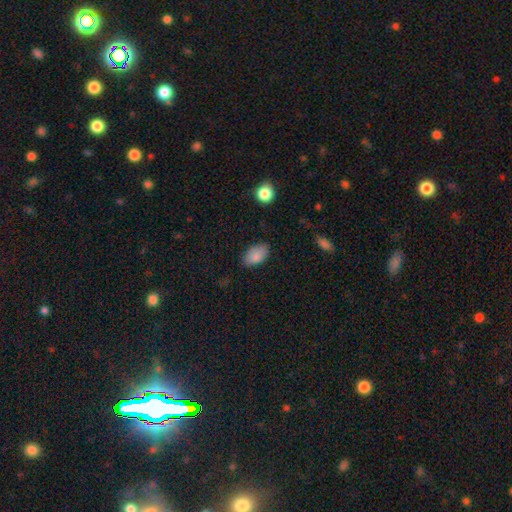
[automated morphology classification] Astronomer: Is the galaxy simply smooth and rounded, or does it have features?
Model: smooth — 86%.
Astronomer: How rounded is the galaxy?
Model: in between — 91%.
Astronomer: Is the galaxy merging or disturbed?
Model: none — 75%.